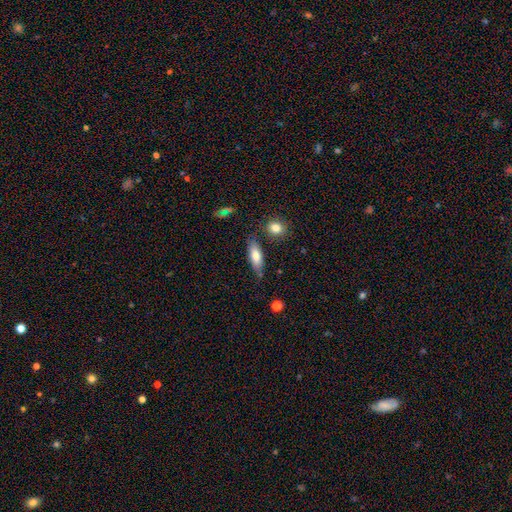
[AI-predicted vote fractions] Smooth or featured: smooth — 75% (featured or disk — 18%)
How rounded: in between — 64% (cigar-shaped — 34%)
Merging: none — 72% (minor disturbance — 17%)